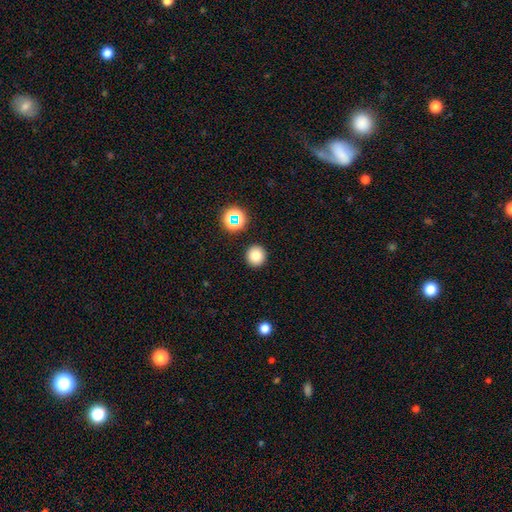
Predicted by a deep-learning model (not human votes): Smooth or featured? Predicted: smooth (p=0.79). How rounded? Predicted: round (p=0.94). Merging? Predicted: none (p=0.91).